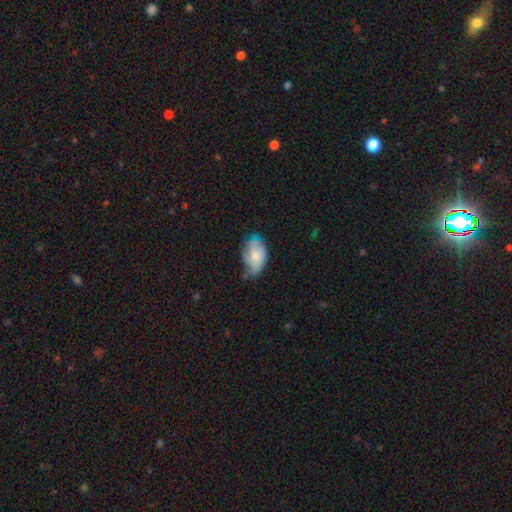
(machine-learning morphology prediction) This is likely a smooth galaxy (60%). How rounded: clearly in between (91%). Merging: possibly none (45%).